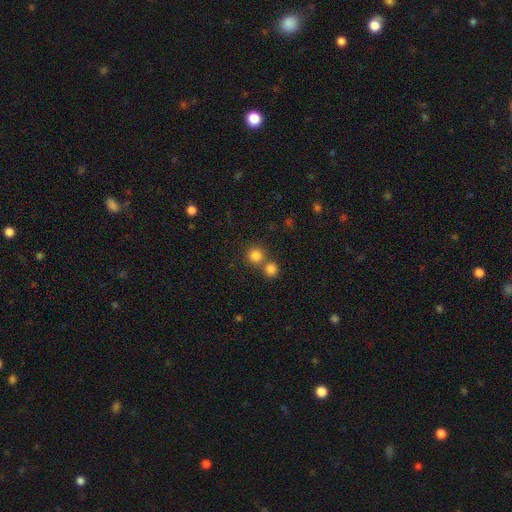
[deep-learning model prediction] Smooth or featured?
  - smooth: 82% *
  - star or artifact: 12%
  - featured or disk: 6%
How rounded?
  - round: 92% *
  - in between: 7%
  - cigar-shaped: 1%
Merging?
  - none: 60% *
  - merger: 31%
  - minor disturbance: 6%
  - major disturbance: 3%